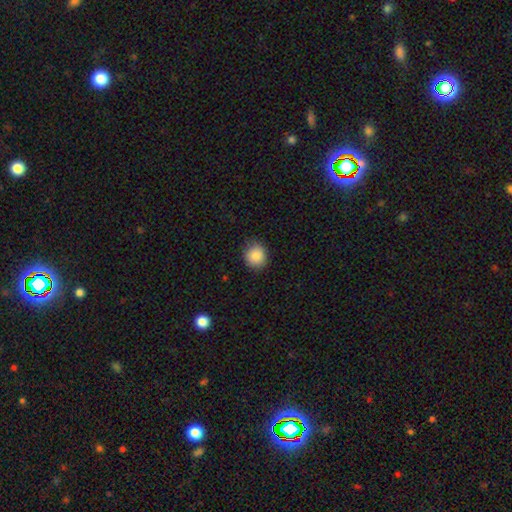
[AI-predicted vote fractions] Smooth or featured: smooth — 86% (star or artifact — 9%)
How rounded: round — 84% (in between — 15%)
Merging: none — 84% (minor disturbance — 13%)